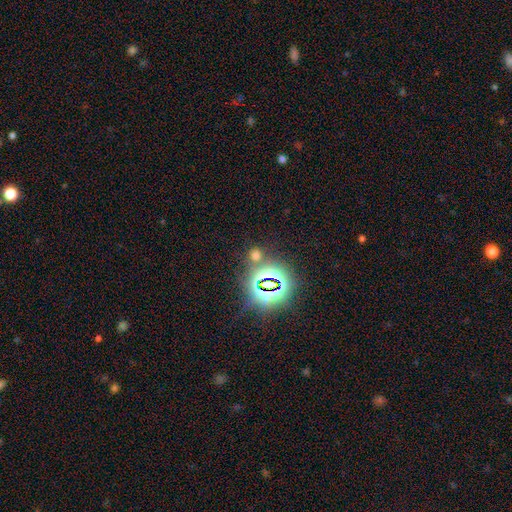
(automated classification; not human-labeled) A star or artifact, not a galaxy (48%).